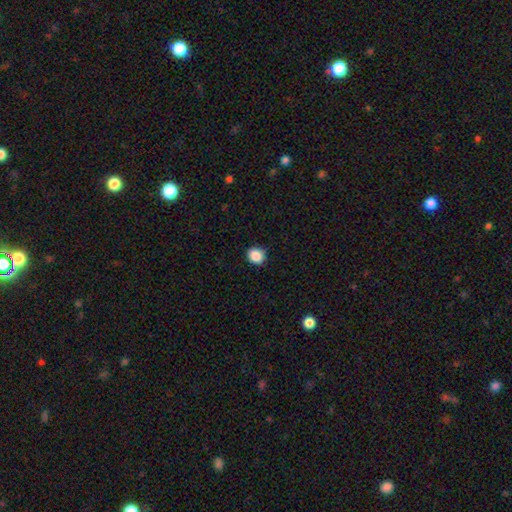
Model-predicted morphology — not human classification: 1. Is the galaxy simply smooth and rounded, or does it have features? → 87% smooth, 10% star or artifact, 3% featured or disk.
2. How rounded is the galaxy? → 78% round, 21% in between, 1% cigar-shaped.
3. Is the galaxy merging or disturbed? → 84% none, 12% minor disturbance, 2% major disturbance, 1% merger.